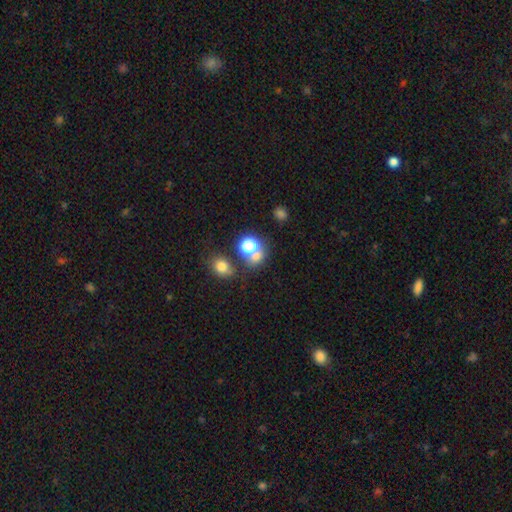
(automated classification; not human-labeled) Morphology: type=smooth (61%); roundness=round (72%); merging=none (56%).